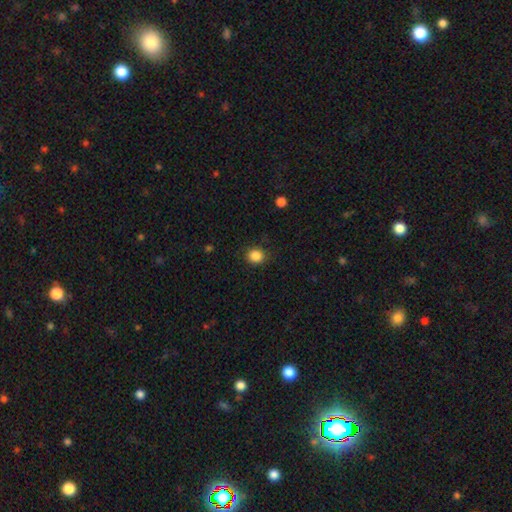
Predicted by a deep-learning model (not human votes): smooth-or-featured: smooth: 86% | star or artifact: 11% | featured or disk: 4%
  how-rounded: round: 78% | in between: 21% | cigar-shaped: 1%
  merging: none: 87% | minor disturbance: 10% | major disturbance: 3% | merger: 1%